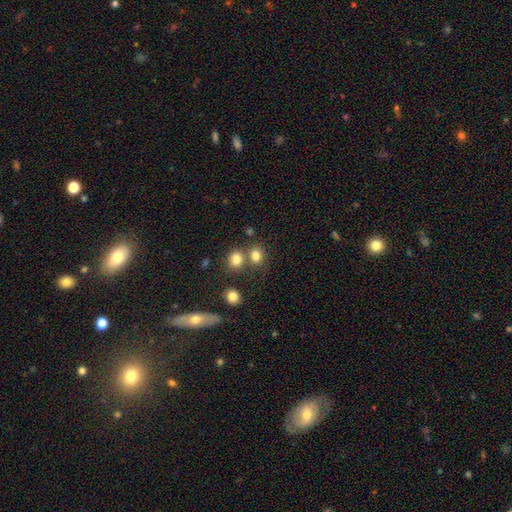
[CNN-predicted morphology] This is likely a smooth galaxy (80%). How rounded: likely round (62%). Merging: possibly none (56%).